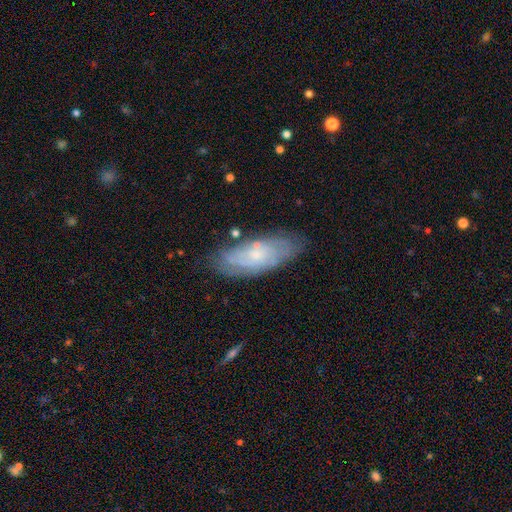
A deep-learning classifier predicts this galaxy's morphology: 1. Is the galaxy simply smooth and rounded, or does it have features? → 60% featured or disk, 31% smooth, 9% star or artifact.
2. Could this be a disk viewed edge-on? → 86% no, 14% yes.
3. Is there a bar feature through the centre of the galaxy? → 77% no, 20% weak, 3% strong.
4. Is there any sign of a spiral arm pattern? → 78% yes, 22% no.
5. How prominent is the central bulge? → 77% small, 15% moderate, 6% none, 1% large, 1% dominant.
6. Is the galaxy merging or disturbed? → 76% none, 17% minor disturbance, 4% major disturbance, 3% merger.